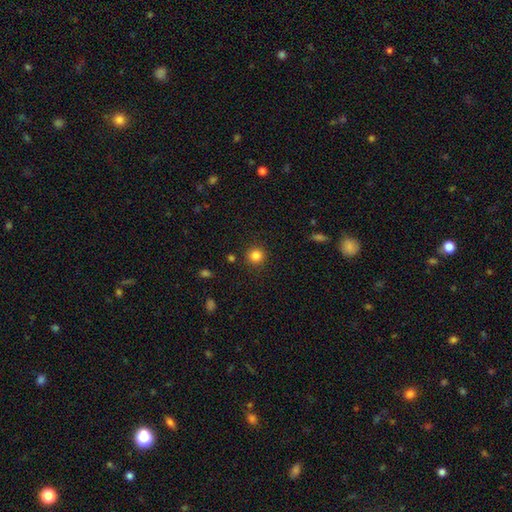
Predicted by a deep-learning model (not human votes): Smooth or featured? smooth (84%)
How rounded? round (94%)
Merging? none (90%)